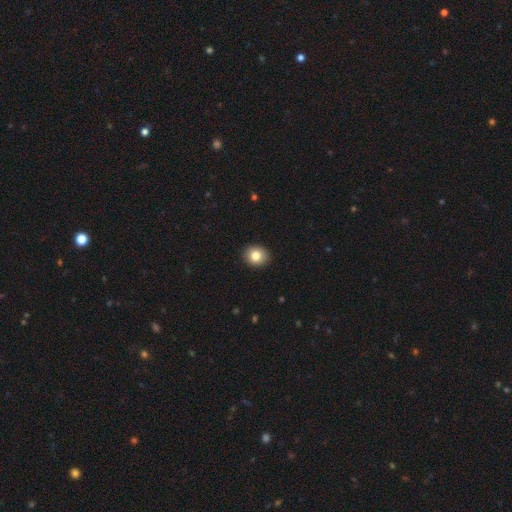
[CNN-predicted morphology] Smooth or featured? smooth (83%)
How rounded? round (65%)
Merging? none (91%)